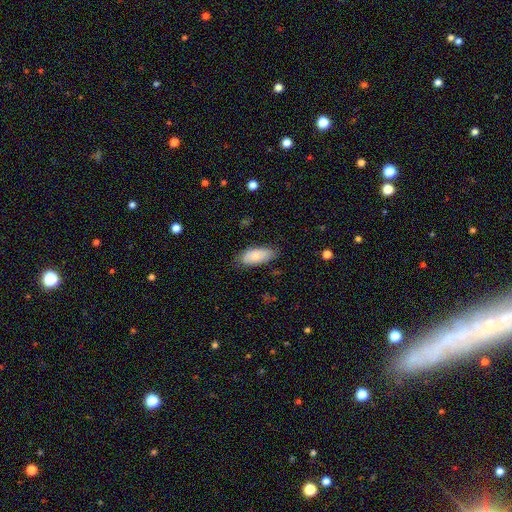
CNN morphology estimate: Q: Smooth or featured?
A: smooth (74%); runner-up: featured or disk (19%)
Q: How rounded?
A: in between (89%); runner-up: cigar-shaped (9%)
Q: Merging?
A: none (73%); runner-up: minor disturbance (21%)